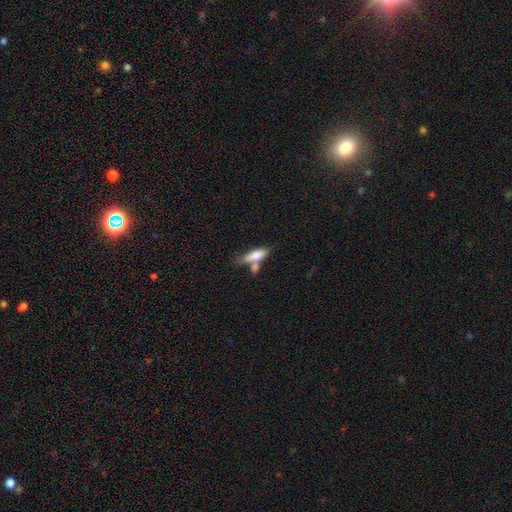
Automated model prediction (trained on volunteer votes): The model was most divided on "merging": none: 40%, merger: 36%, minor disturbance: 17%, major disturbance: 7%. More confident: smooth or featured — smooth (71%); how rounded — in between (56%).